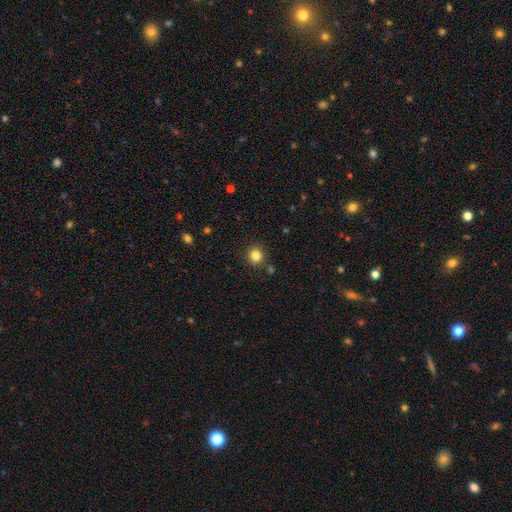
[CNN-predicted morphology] smooth_or_featured: smooth (p=0.83) [alt: star or artifact p=0.12]
how_rounded: round (p=0.87) [alt: in between p=0.12]
merging: none (p=0.86) [alt: minor disturbance p=0.08]